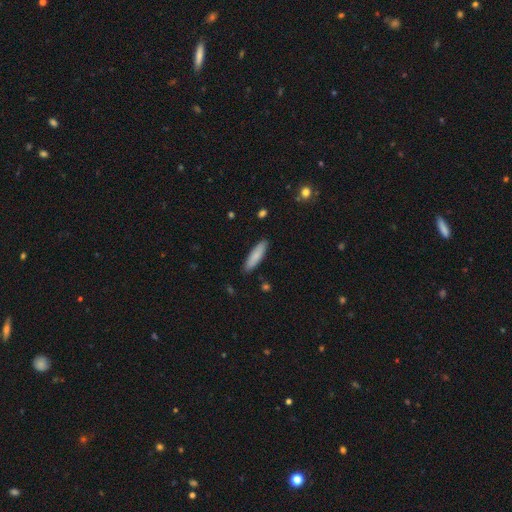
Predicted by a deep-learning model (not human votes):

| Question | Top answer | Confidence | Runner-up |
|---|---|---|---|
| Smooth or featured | smooth | 83% | featured or disk (11%) |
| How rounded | cigar-shaped | 68% | in between (30%) |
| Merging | none | 88% | minor disturbance (9%) |